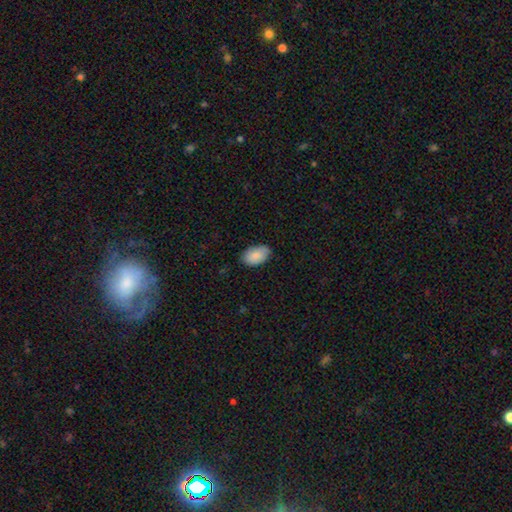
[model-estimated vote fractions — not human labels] The model was most divided on "merging": none: 80%, minor disturbance: 17%, major disturbance: 2%, merger: 1%. More confident: how rounded — in between (92%); smooth or featured — smooth (86%).